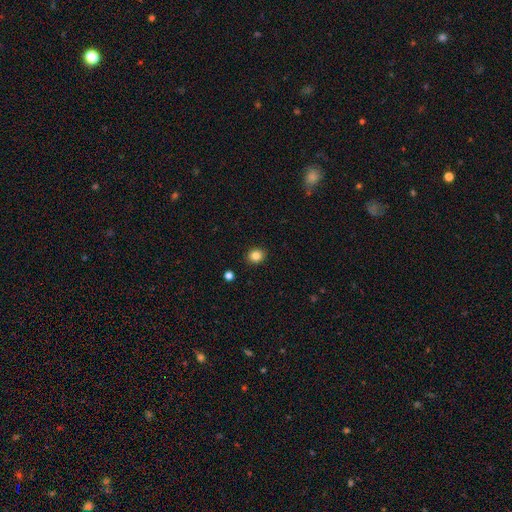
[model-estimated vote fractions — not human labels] smooth-or-featured: smooth: 84% | star or artifact: 11% | featured or disk: 5%
  how-rounded: round: 68% | in between: 32% | cigar-shaped: 1%
  merging: none: 90% | minor disturbance: 7% | major disturbance: 2% | merger: 1%